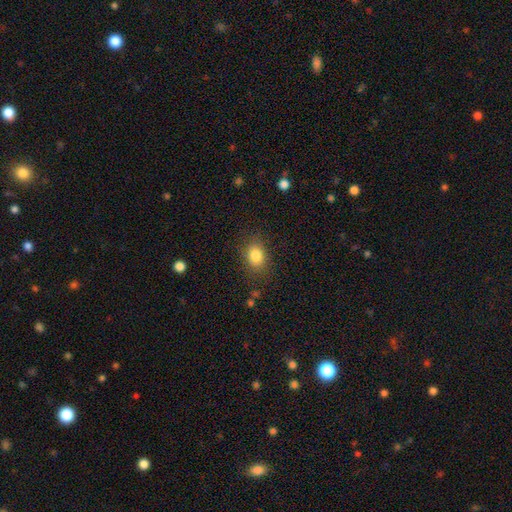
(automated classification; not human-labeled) This appears to be a smooth galaxy with no disk features (84%) that is in between round and cigar-shaped (70%). Merging: none (82%).